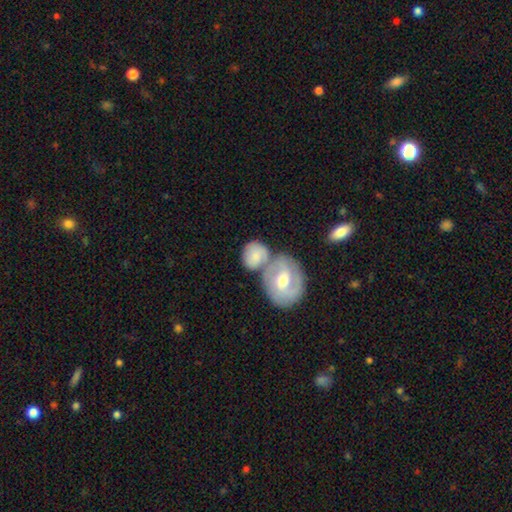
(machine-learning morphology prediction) Smooth or featured?
  - smooth: 61% *
  - featured or disk: 33%
  - star or artifact: 6%
How rounded?
  - round: 66% *
  - in between: 32%
  - cigar-shaped: 1%
Merging?
  - merger: 48% *
  - none: 34%
  - minor disturbance: 13%
  - major disturbance: 5%